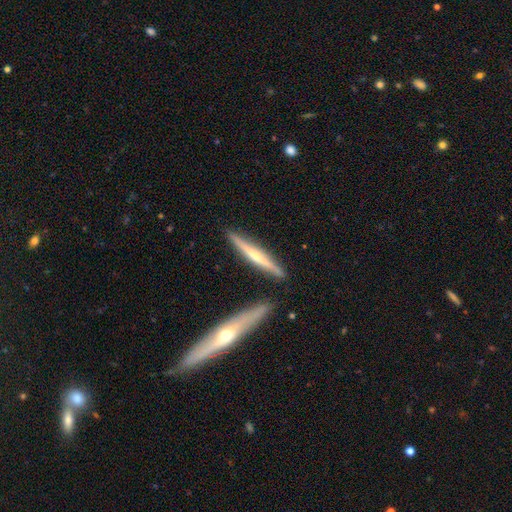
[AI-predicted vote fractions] A featured or disk galaxy (61%) viewed edge-on (96%) with a rounded central bulge (60%).

Vote fractions:
- Smooth or featured? featured or disk: 61% / smooth: 33% / star or artifact: 5%
- Edge-on disk? yes: 96% / no: 4%
- Edge-on bulge? rounded: 60% / none: 32% / boxy: 9%
- Merging? none: 83% / minor disturbance: 9% / merger: 5% / major disturbance: 2%